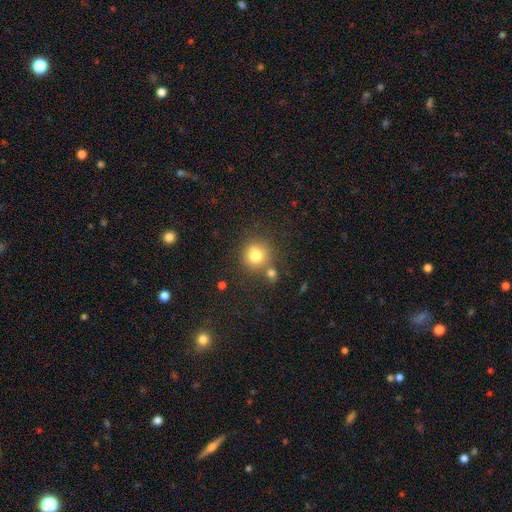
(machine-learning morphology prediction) Smooth or featured?
  - smooth: 78% *
  - star or artifact: 13%
  - featured or disk: 10%
How rounded?
  - round: 90% *
  - in between: 9%
  - cigar-shaped: 1%
Merging?
  - none: 69% *
  - merger: 17%
  - minor disturbance: 10%
  - major disturbance: 4%